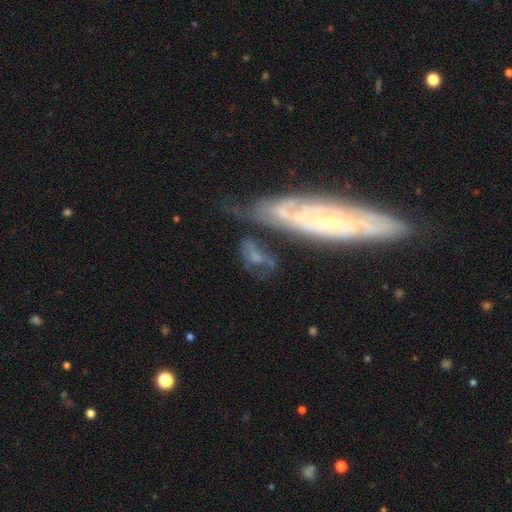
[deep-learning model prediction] This appears to be a featured or disk galaxy (50%). Merging: none (34%).